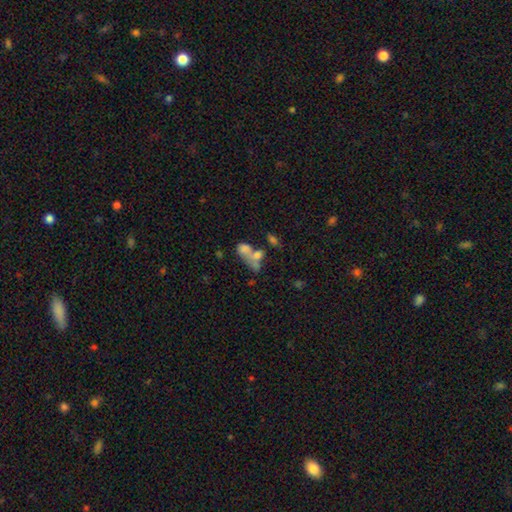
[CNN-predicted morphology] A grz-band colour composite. It shows a smooth galaxy with no disk features (60%) that is in between round and cigar-shaped (71%). Merging: merger (59%).